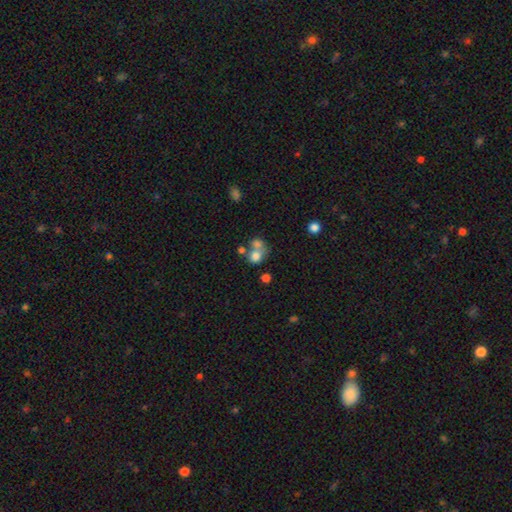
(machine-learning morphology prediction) smooth-or-featured: smooth: 72% | featured or disk: 16% | star or artifact: 12%
  how-rounded: round: 70% | in between: 29% | cigar-shaped: 1%
  merging: merger: 55% | none: 31% | minor disturbance: 8% | major disturbance: 6%